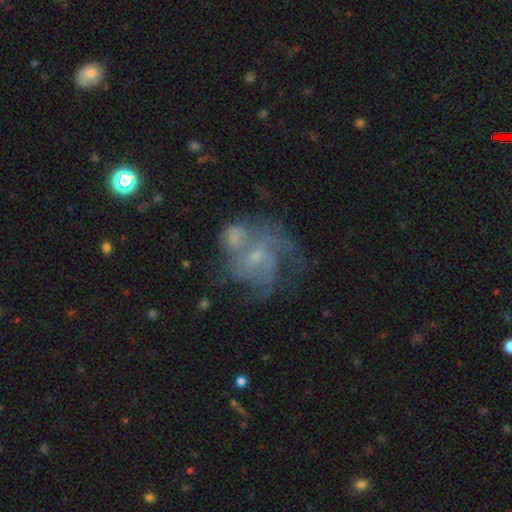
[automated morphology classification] Smooth or featured: featured or disk — 73% (smooth — 16%)
Edge-on disk: no — 98% (yes — 2%)
Bar: no — 56% (weak — 38%)
Spiral arms: yes — 83% (no — 17%)
Spiral winding: medium — 45% (tight — 37%)
Spiral arm count: can't tell — 39% (3 — 23%)
Bulge size: small — 67% (moderate — 23%)
Merging: none — 37% (merger — 28%)